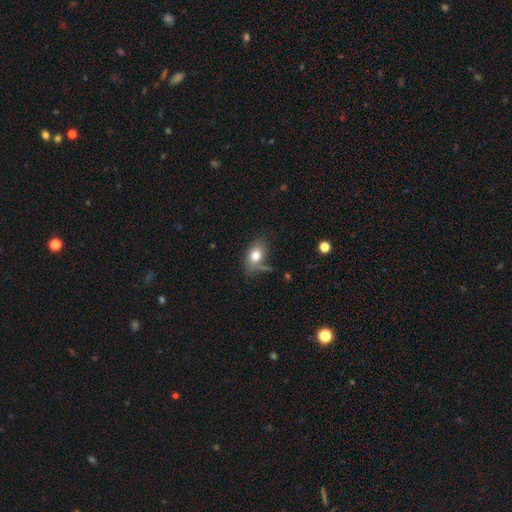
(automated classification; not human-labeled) Overall: smooth (78%). How rounded: in between (79%). Merging: none (60%; minor disturbance 22%).